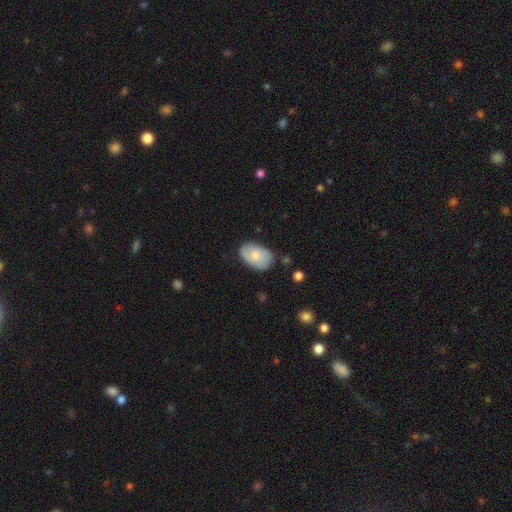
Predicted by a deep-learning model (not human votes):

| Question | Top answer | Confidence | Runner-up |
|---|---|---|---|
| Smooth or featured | smooth | 69% | featured or disk (25%) |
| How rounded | in between | 89% | round (10%) |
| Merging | none | 71% | minor disturbance (22%) |